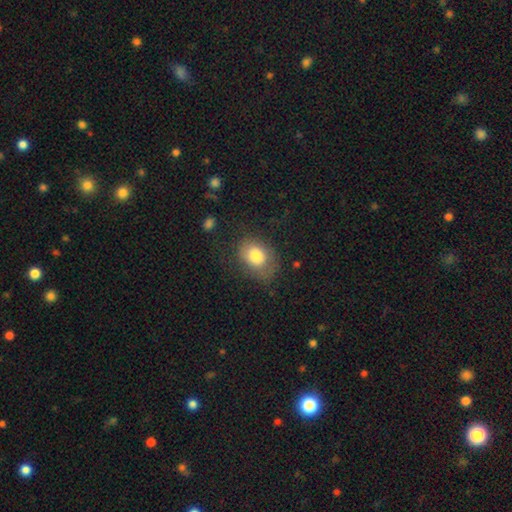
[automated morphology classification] Smooth or featured?
  - smooth: 77% *
  - featured or disk: 15%
  - star or artifact: 9%
How rounded?
  - in between: 65% *
  - round: 34%
  - cigar-shaped: 1%
Merging?
  - none: 60% *
  - minor disturbance: 24%
  - major disturbance: 14%
  - merger: 2%